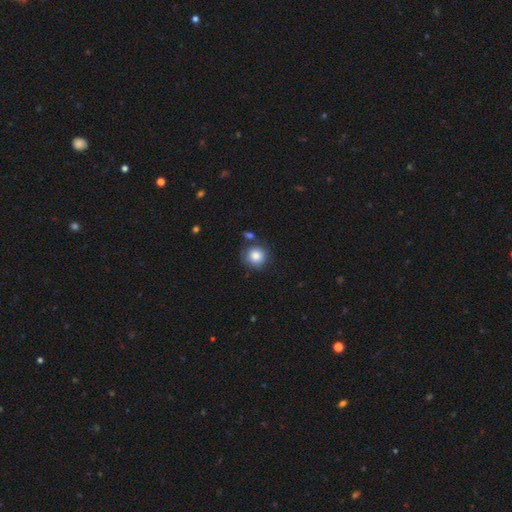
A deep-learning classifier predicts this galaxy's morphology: This is clearly a smooth galaxy (84%). How rounded: clearly round (91%). Merging: likely none (73%).